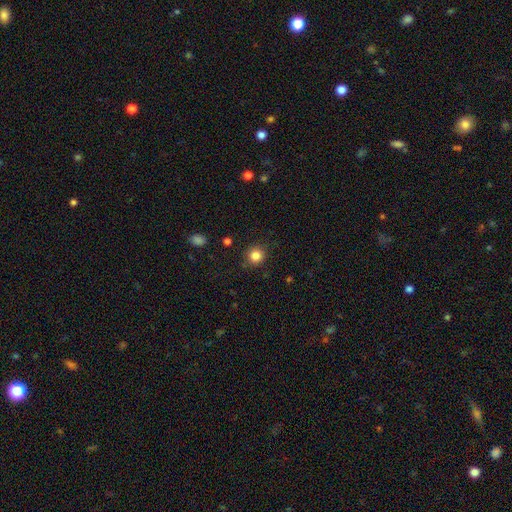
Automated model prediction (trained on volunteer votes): Smooth or featured? smooth (84%)
How rounded? round (91%)
Merging? none (89%)